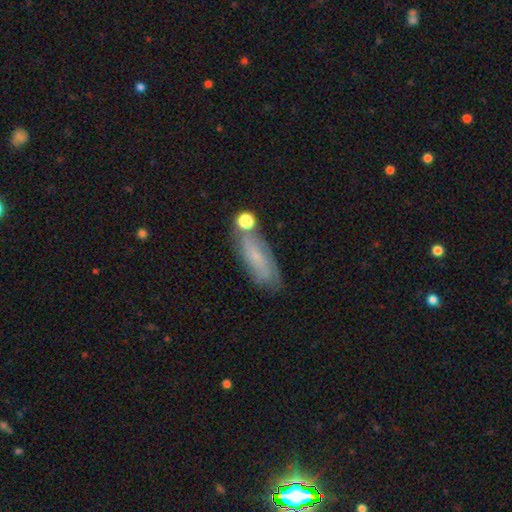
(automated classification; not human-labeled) This is possibly a smooth galaxy (49%). Merging: likely none (64%).